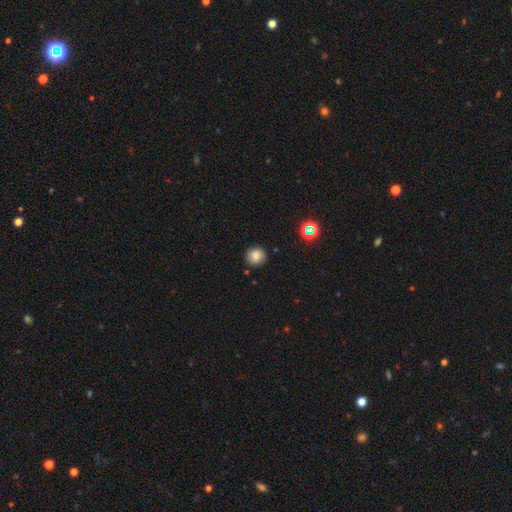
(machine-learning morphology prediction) Smooth or featured: smooth — 79% (star or artifact — 12%)
How rounded: round — 91% (in between — 8%)
Merging: none — 88% (minor disturbance — 8%)